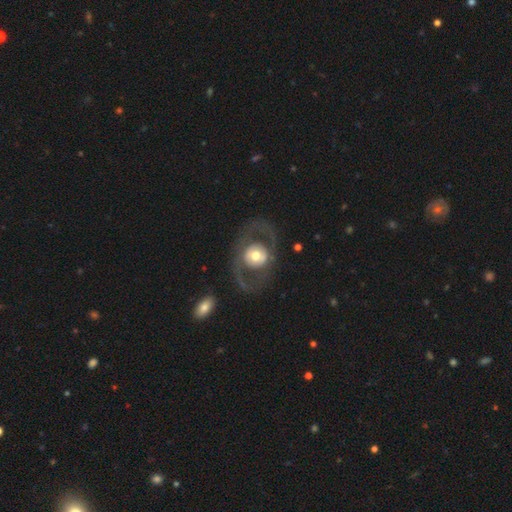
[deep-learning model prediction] Smooth or featured? Predicted: featured or disk (p=0.64). Edge-on disk? Predicted: no (p=0.94). Bar? Predicted: no (p=0.74). Spiral arms? Predicted: no (p=0.62). Bulge size? Predicted: moderate (p=0.57). Merging? Predicted: none (p=0.71).